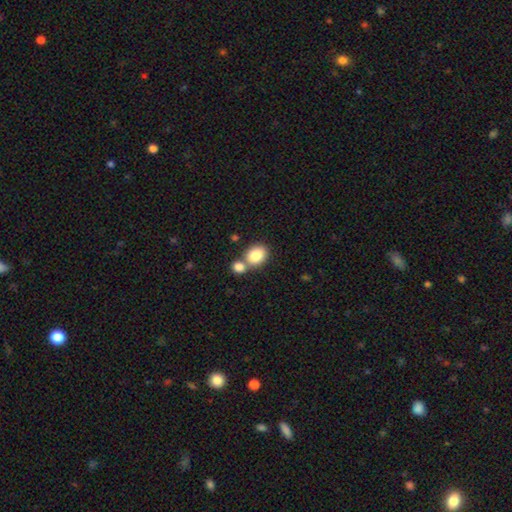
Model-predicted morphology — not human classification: smooth-or-featured: smooth: 85% | star or artifact: 8% | featured or disk: 7%
  how-rounded: in between: 54% | round: 45% | cigar-shaped: 1%
  merging: none: 49% | merger: 39% | minor disturbance: 9% | major disturbance: 3%